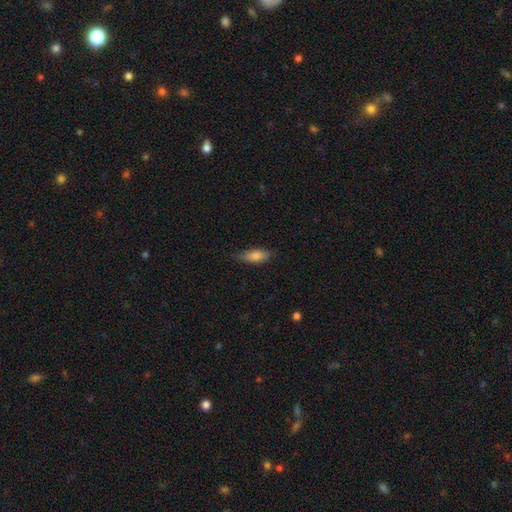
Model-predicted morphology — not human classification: smooth_or_featured: smooth (p=0.79) [alt: featured or disk p=0.14]
how_rounded: in between (p=0.69) [alt: cigar-shaped p=0.29]
merging: none (p=0.72) [alt: minor disturbance p=0.23]